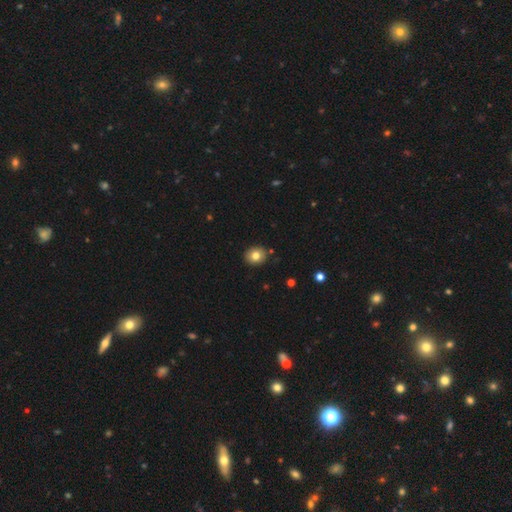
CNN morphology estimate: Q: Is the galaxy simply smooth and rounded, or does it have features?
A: smooth — 79%.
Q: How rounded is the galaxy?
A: round — 71%.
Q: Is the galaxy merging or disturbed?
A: none — 88%.